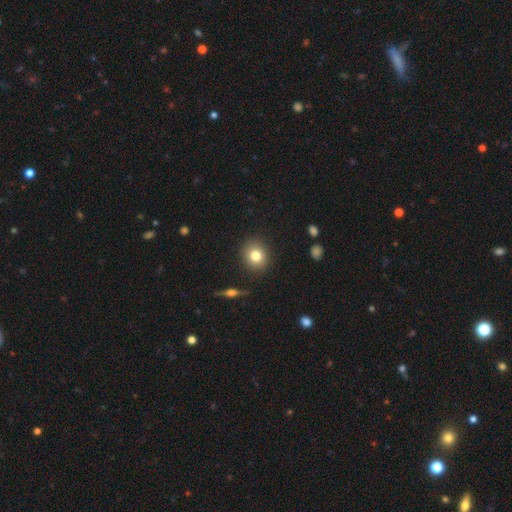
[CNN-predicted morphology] Smooth or featured? smooth (79%)
How rounded? round (77%)
Merging? none (89%)